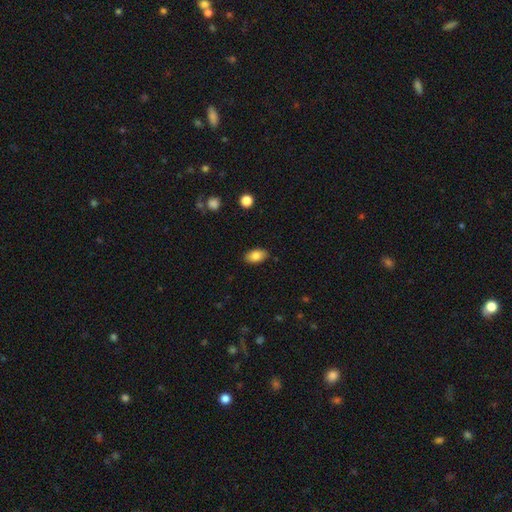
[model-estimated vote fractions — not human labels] This is clearly a smooth galaxy (85%). How rounded: clearly in between (92%). Merging: clearly none (87%).